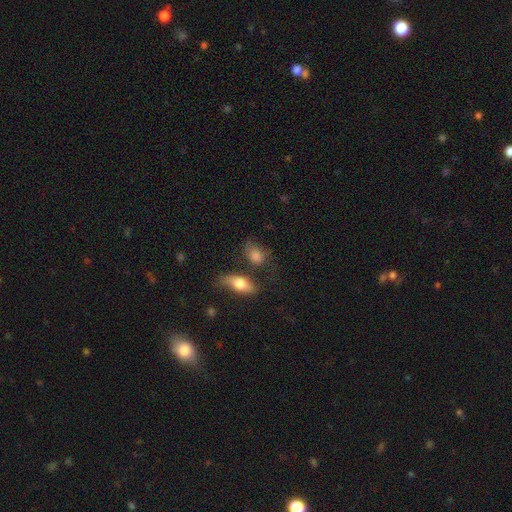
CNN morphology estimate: Smooth or featured?
  - smooth: 76% *
  - featured or disk: 14%
  - star or artifact: 10%
How rounded?
  - in between: 73% *
  - round: 22%
  - cigar-shaped: 5%
Merging?
  - none: 52% *
  - minor disturbance: 22%
  - merger: 16%
  - major disturbance: 10%